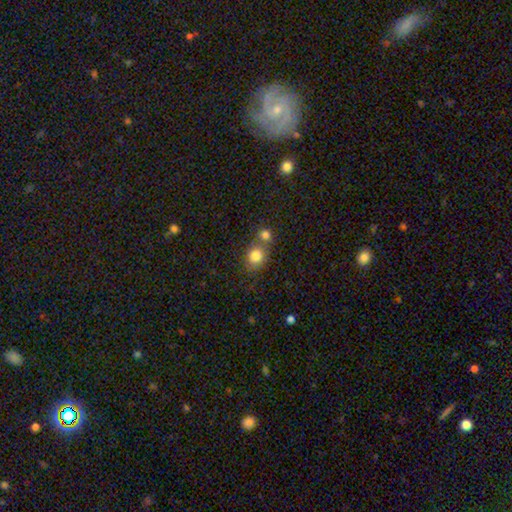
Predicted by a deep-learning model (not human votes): Overall: smooth (82%). How rounded: round (70%). Merging: none (48%; merger 38%).